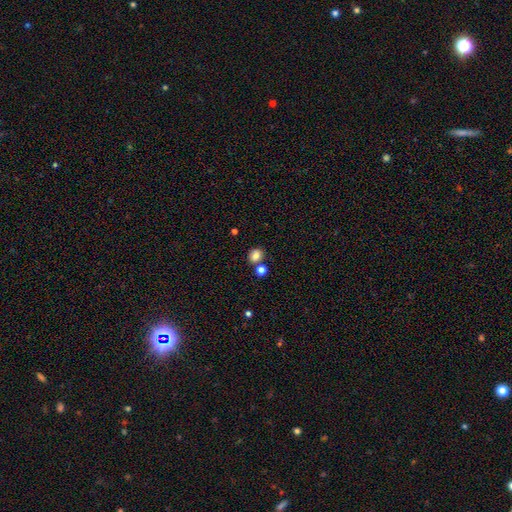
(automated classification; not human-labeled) Smooth or featured: smooth — 80% (star or artifact — 12%)
How rounded: round — 66% (in between — 33%)
Merging: none — 71% (merger — 16%)